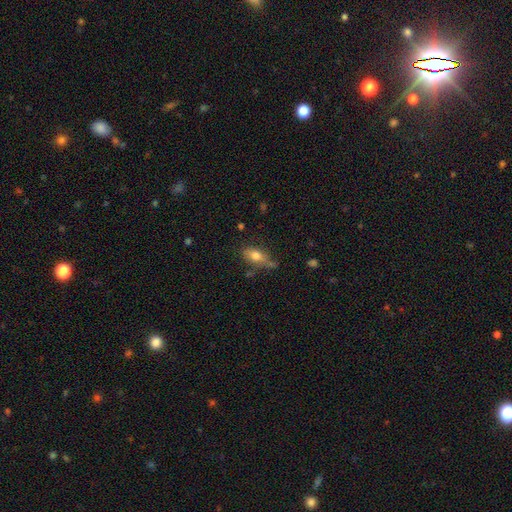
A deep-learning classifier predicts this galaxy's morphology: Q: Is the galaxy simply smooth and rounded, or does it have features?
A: smooth — 73%.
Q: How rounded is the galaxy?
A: in between — 82%.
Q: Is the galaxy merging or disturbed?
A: none — 55%.